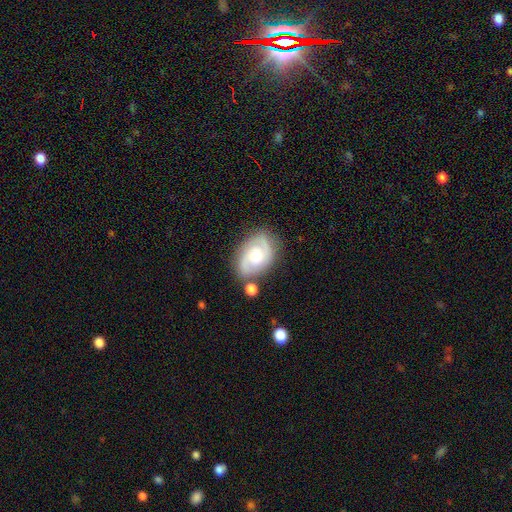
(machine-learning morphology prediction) The model was most divided on "spiral winding": medium: 49%, tight: 35%, loose: 16%. More confident: edge-on disk — no (96%); spiral arms — yes (91%); spiral arm count — 2 (82%); smooth or featured — featured or disk (72%); merging — none (69%); bulge size — moderate (65%); bar — no (62%).